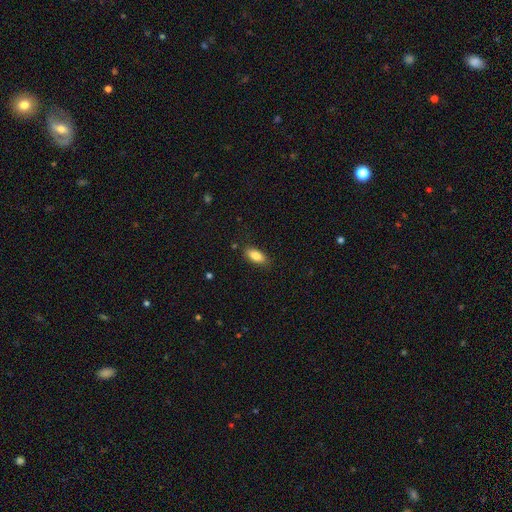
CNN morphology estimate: A smooth galaxy with no disk features (86%) that is in between round and cigar-shaped (86%). Merging: none (84%).